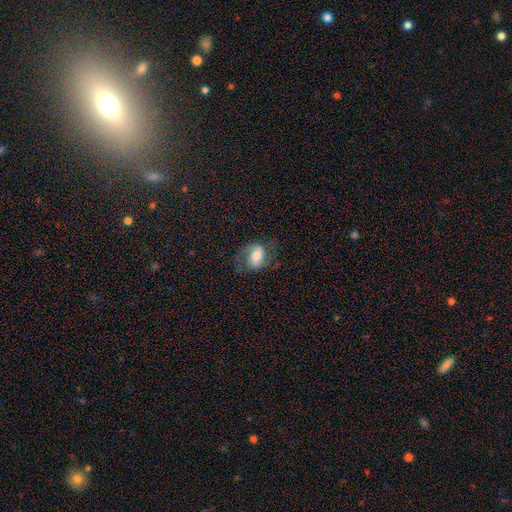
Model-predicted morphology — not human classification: smooth-or-featured: featured or disk: 63% | smooth: 29% | star or artifact: 8%
  disk-edge-on: no: 96% | yes: 4%
    bar: weak: 41% | strong: 32% | no: 27%
    has-spiral-arms: yes: 87% | no: 13%
      spiral-winding: medium: 49% | loose: 33% | tight: 18%
      spiral-arm-count: 2: 86% | can't tell: 6% | 1: 5% | 3: 1% | 4: 1% | more than 4: 1%
    bulge-size: moderate: 51% | small: 22% | large: 20% | none: 4% | dominant: 3%
  merging: none: 65% | minor disturbance: 19% | major disturbance: 15% | merger: 1%